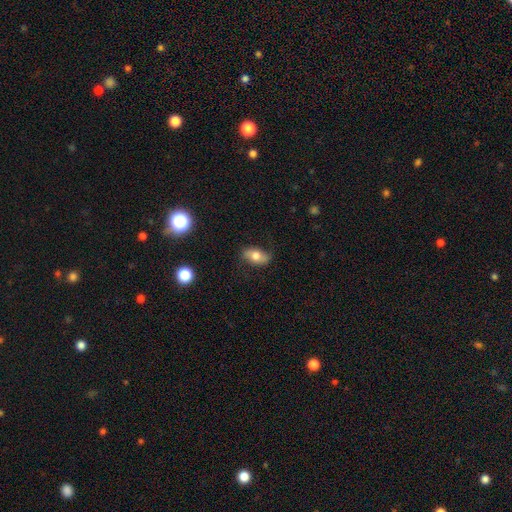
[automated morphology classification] smooth_or_featured: smooth (p=0.61) [alt: featured or disk p=0.30]
how_rounded: in between (p=0.86) [alt: round p=0.08]
merging: none (p=0.76) [alt: minor disturbance p=0.18]